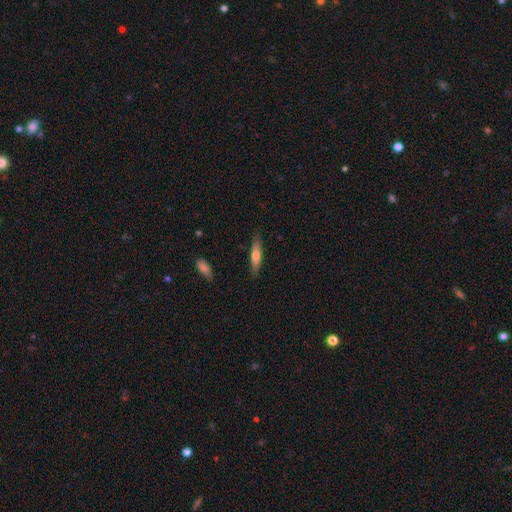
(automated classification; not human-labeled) Smooth or featured: smooth — 61% (featured or disk — 33%)
How rounded: cigar-shaped — 81% (in between — 17%)
Merging: none — 86% (minor disturbance — 10%)